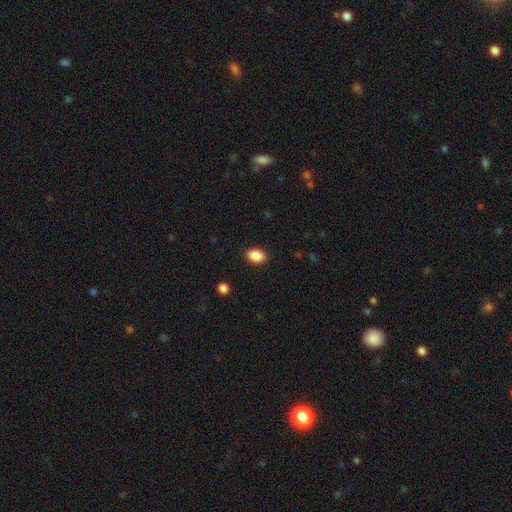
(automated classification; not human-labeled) Q: Smooth or featured?
A: smooth (89%); runner-up: star or artifact (8%)
Q: How rounded?
A: in between (83%); runner-up: round (16%)
Q: Merging?
A: none (89%); runner-up: minor disturbance (8%)